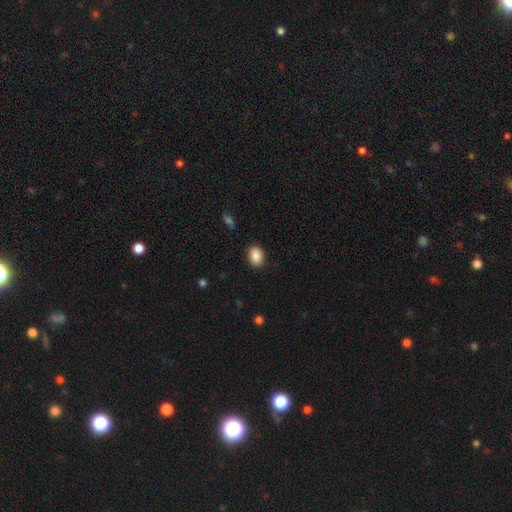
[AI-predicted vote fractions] Smooth or featured?
  - smooth: 89% *
  - star or artifact: 8%
  - featured or disk: 4%
How rounded?
  - in between: 74% *
  - round: 25%
  - cigar-shaped: 1%
Merging?
  - none: 89% *
  - minor disturbance: 8%
  - major disturbance: 2%
  - merger: 1%